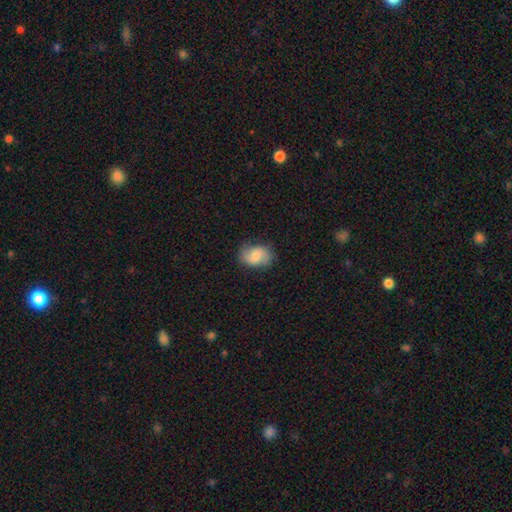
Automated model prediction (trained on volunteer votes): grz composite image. It shows a smooth galaxy with no disk features (64%) that is in between round and cigar-shaped (76%). Merging: none (75%).